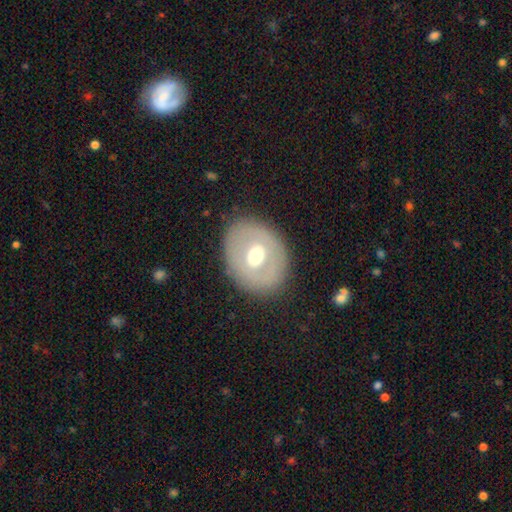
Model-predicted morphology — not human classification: Q: Smooth or featured?
A: smooth (48%); runner-up: featured or disk (44%)
Q: Merging?
A: none (83%); runner-up: minor disturbance (11%)